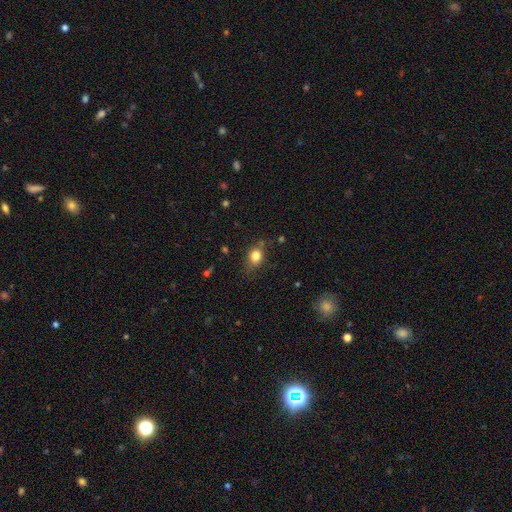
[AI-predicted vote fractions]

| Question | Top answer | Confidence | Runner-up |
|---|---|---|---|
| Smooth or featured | smooth | 80% | star or artifact (11%) |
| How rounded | in between | 50% | round (48%) |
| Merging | none | 68% | minor disturbance (23%) |